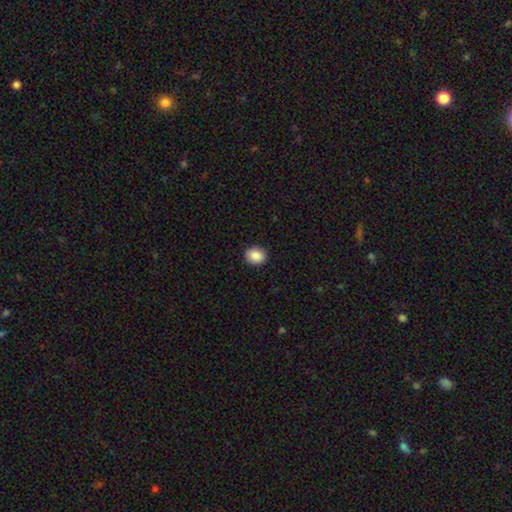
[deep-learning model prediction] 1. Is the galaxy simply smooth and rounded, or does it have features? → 88% smooth, 8% star or artifact, 4% featured or disk.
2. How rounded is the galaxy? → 71% round, 28% in between, 1% cigar-shaped.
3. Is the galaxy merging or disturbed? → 90% none, 7% minor disturbance, 2% major disturbance, 1% merger.